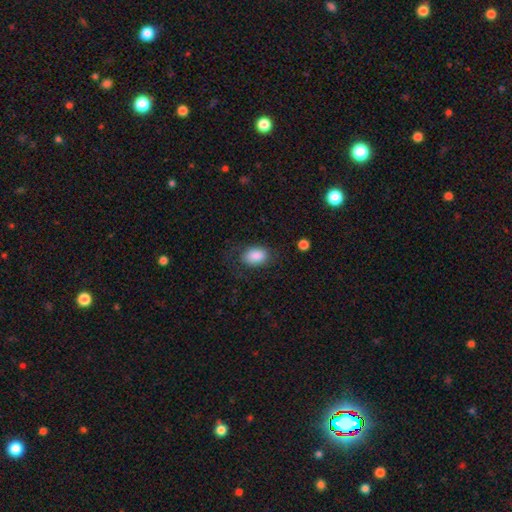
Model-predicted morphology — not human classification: A smooth galaxy with no disk features (84%) that is in between round and cigar-shaped (81%). Merging: none (65%).